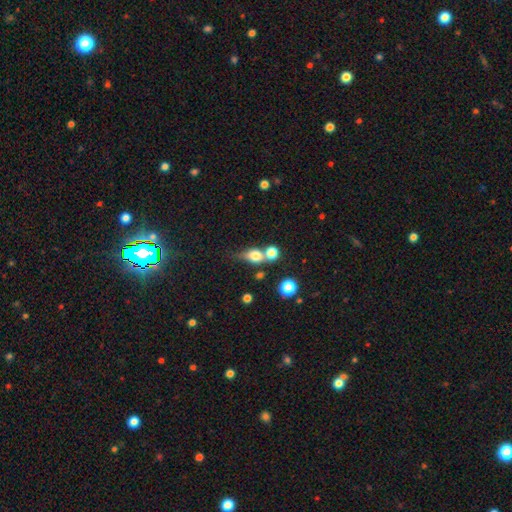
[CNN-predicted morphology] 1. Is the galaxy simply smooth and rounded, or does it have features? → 72% smooth, 17% featured or disk, 12% star or artifact.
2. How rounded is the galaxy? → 47% in between, 46% round, 6% cigar-shaped.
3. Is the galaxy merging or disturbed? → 39% merger, 37% none, 15% minor disturbance, 9% major disturbance.